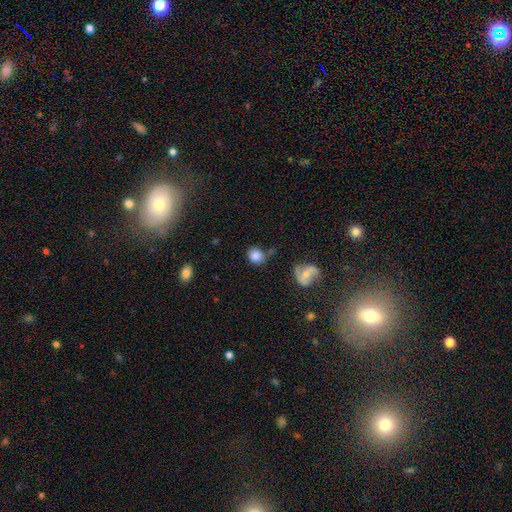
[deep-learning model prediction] Smooth or featured? smooth (84%)
How rounded? round (78%)
Merging? none (67%)